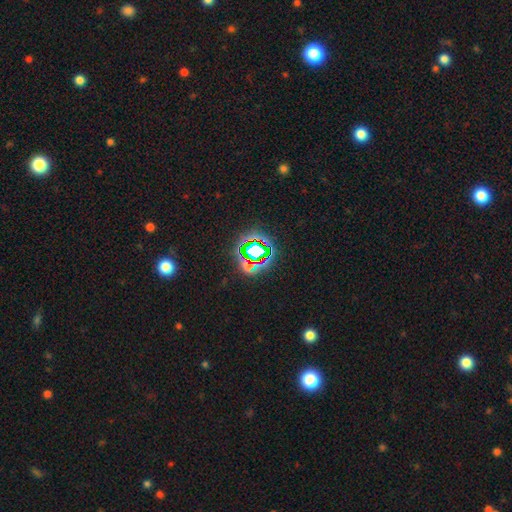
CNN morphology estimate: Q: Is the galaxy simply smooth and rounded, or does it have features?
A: star or artifact — 78%.